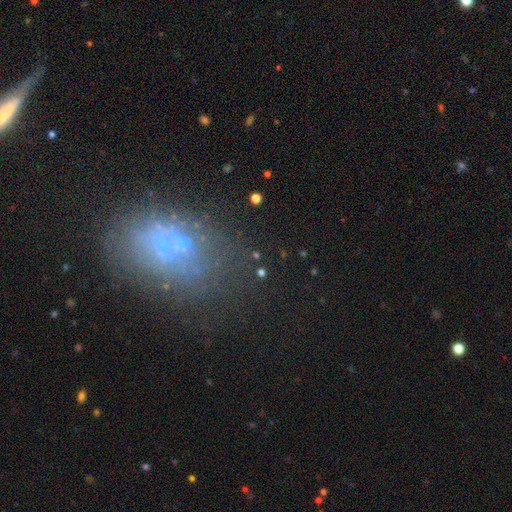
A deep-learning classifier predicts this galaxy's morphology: Q: Smooth or featured?
A: star or artifact (39%); runner-up: featured or disk (36%)